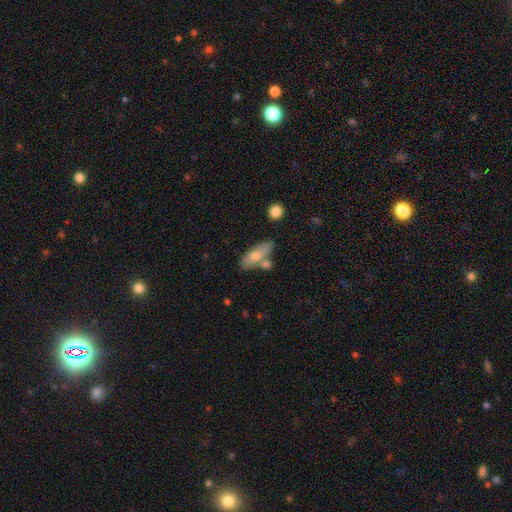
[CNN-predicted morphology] Overall: smooth (62%; featured or disk 31%). How rounded: in between (71%). Merging: none (59%; merger 20%).